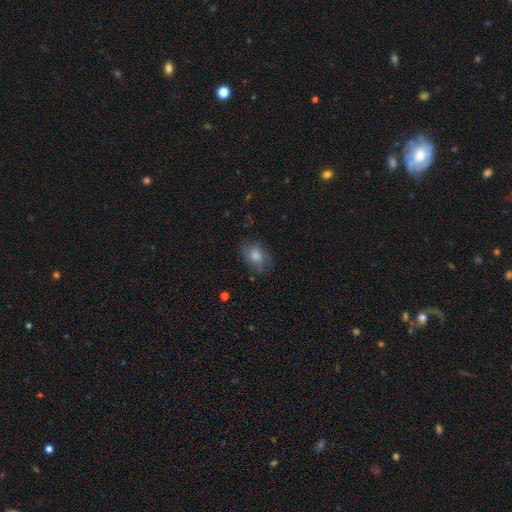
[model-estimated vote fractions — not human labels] The model was most divided on "how rounded": in between: 72%, round: 26%, cigar-shaped: 1%. More confident: smooth or featured — smooth (73%); merging — none (69%).